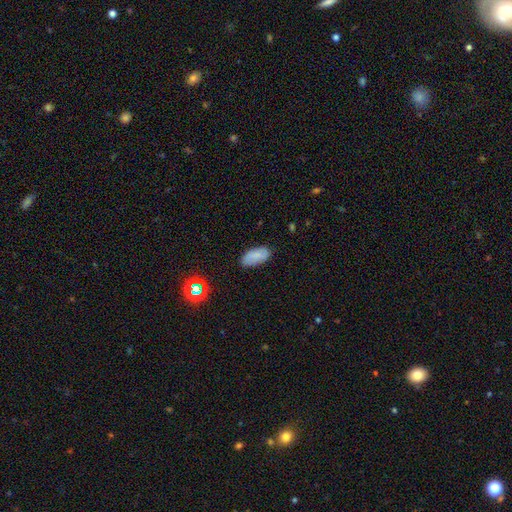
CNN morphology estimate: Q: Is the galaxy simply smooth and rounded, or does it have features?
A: smooth — 80%.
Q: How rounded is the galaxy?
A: in between — 93%.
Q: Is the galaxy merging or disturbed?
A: none — 81%.